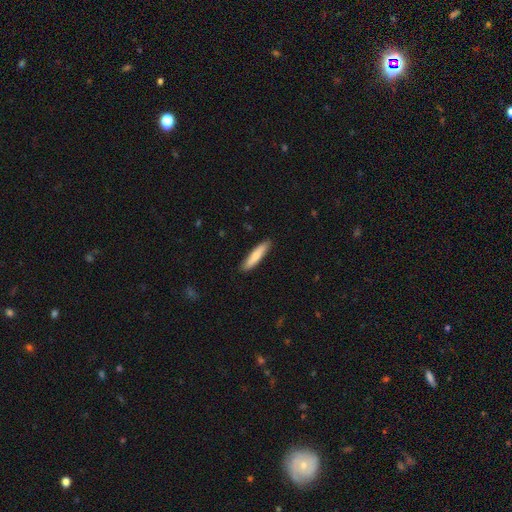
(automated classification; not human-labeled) This appears to be a smooth galaxy with no disk features (77%) that is cigar-shaped (86%). Merging: none (89%).